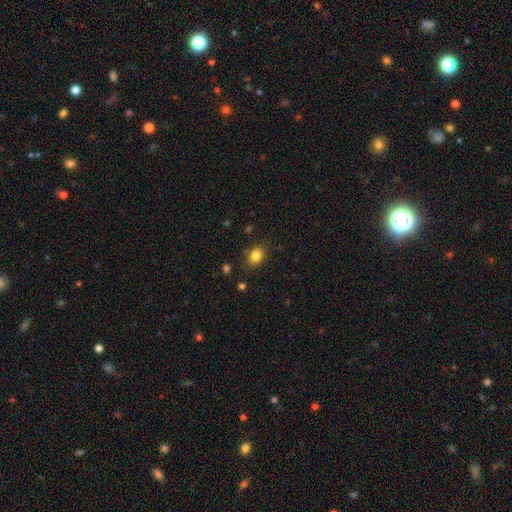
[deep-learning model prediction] Smooth or featured: smooth — 83% (star or artifact — 10%)
How rounded: in between — 57% (round — 42%)
Merging: none — 84% (minor disturbance — 12%)